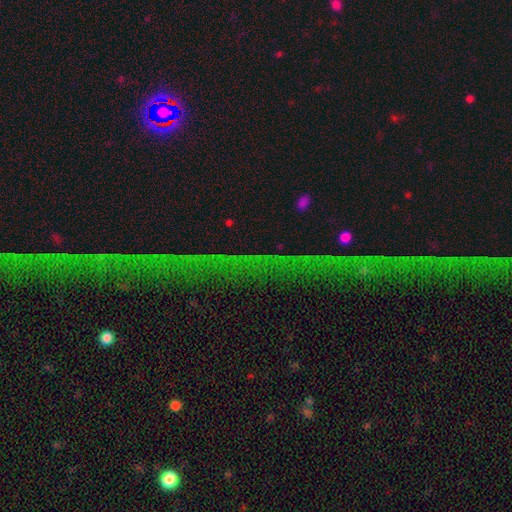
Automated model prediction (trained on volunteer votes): The model was most divided on "smooth or featured": star or artifact: 73%, featured or disk: 15%, smooth: 12%.